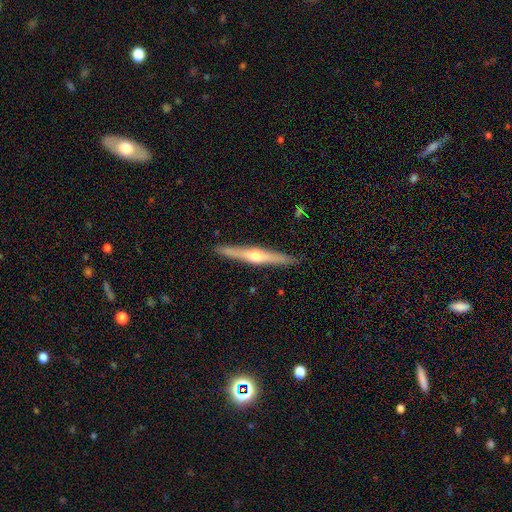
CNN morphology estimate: Smooth or featured?
  - featured or disk: 73% *
  - smooth: 22%
  - star or artifact: 5%
Edge-on disk?
  - yes: 98% *
  - no: 2%
Edge-on bulge?
  - rounded: 91% *
  - none: 5%
  - boxy: 4%
Merging?
  - none: 91% *
  - minor disturbance: 7%
  - major disturbance: 1%
  - merger: 1%